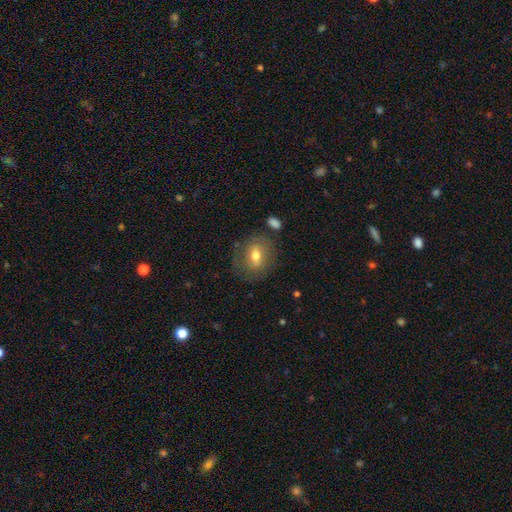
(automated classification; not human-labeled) A smooth galaxy with no disk features (56%) that is round (50%).

Vote fractions:
- Smooth or featured? smooth: 56% / featured or disk: 32% / star or artifact: 12%
- How rounded? round: 50% / in between: 49% / cigar-shaped: 2%
- Merging? none: 75% / minor disturbance: 15% / major disturbance: 6% / merger: 4%